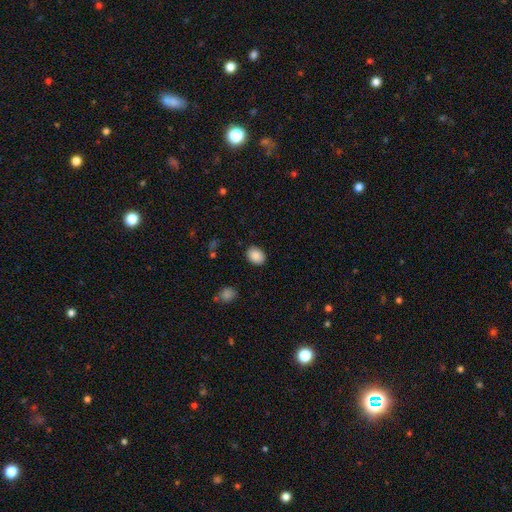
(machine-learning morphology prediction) Smooth or featured? smooth (88%)
How rounded? in between (58%)
Merging? none (89%)